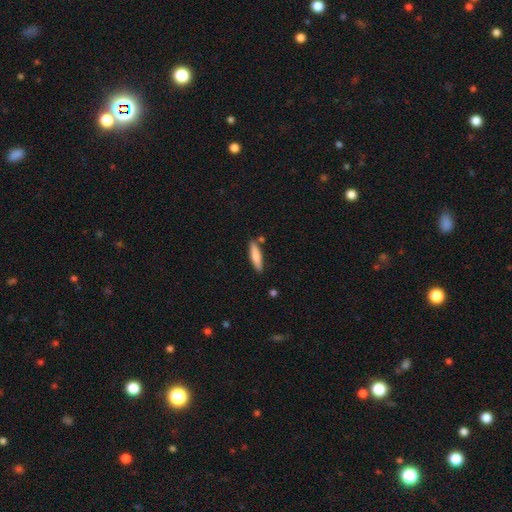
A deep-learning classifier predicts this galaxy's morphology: Smooth or featured?
  - smooth: 79% *
  - featured or disk: 15%
  - star or artifact: 6%
How rounded?
  - cigar-shaped: 76% *
  - in between: 23%
  - round: 1%
Merging?
  - none: 80% *
  - minor disturbance: 12%
  - merger: 5%
  - major disturbance: 2%